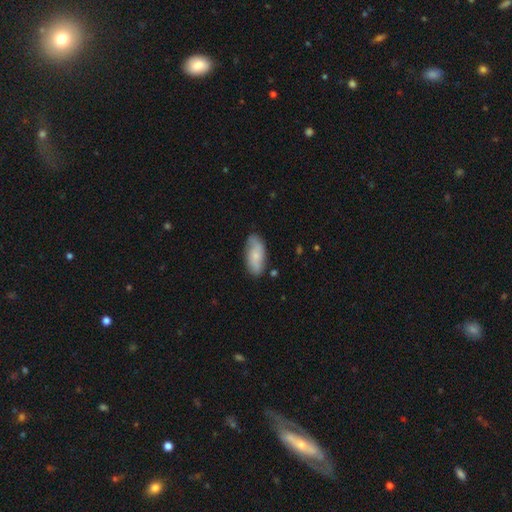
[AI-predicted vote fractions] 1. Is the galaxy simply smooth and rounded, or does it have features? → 61% smooth, 33% featured or disk, 6% star or artifact.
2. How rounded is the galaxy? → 87% in between, 11% cigar-shaped, 3% round.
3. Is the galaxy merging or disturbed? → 73% none, 20% minor disturbance, 4% major disturbance, 2% merger.